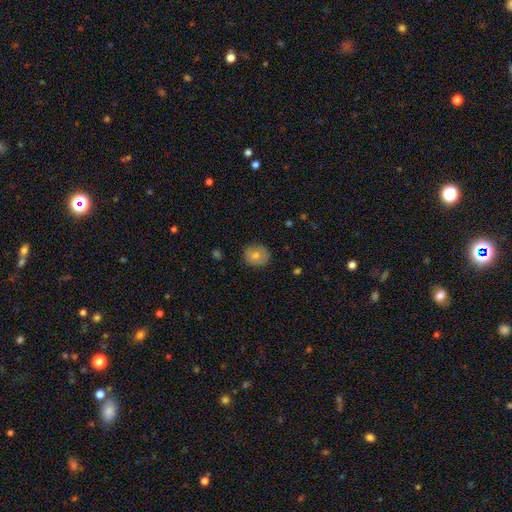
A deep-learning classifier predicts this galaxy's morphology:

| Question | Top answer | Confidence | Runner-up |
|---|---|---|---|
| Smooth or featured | smooth | 72% | featured or disk (19%) |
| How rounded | round | 84% | in between (15%) |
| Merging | none | 79% | minor disturbance (16%) |